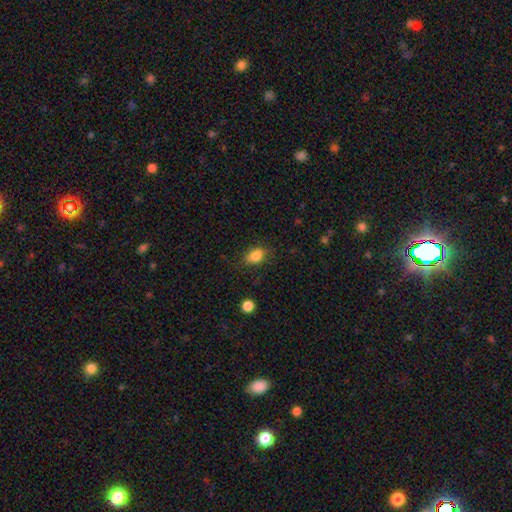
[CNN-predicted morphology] This is clearly a smooth galaxy (83%). How rounded: clearly in between (80%). Merging: likely none (75%).